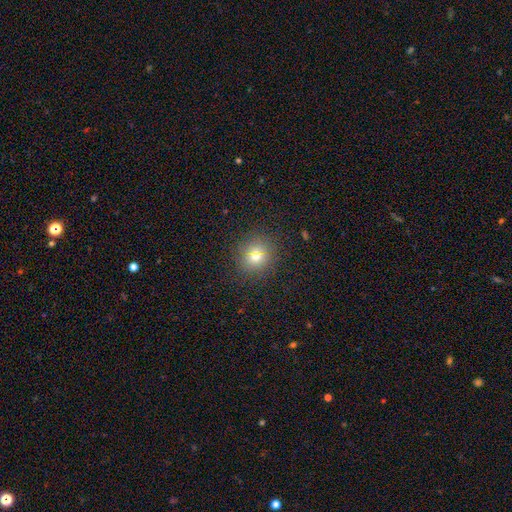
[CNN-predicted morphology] Smooth or featured? Predicted: smooth (p=0.68). How rounded? Predicted: round (p=0.88). Merging? Predicted: none (p=0.88).